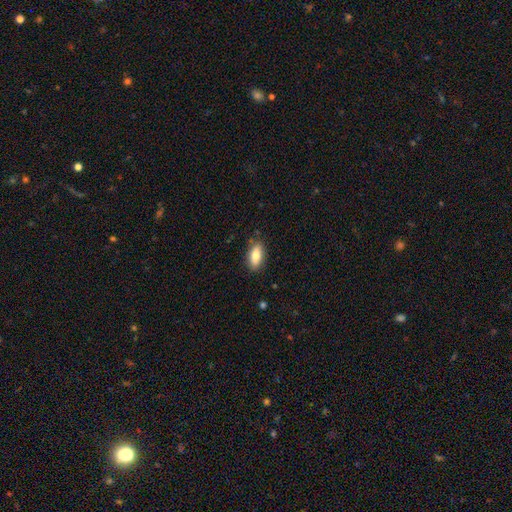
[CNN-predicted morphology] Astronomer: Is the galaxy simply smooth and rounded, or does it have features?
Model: smooth — 78%.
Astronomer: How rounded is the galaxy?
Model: in between — 85%.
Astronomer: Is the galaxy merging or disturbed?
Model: none — 83%.